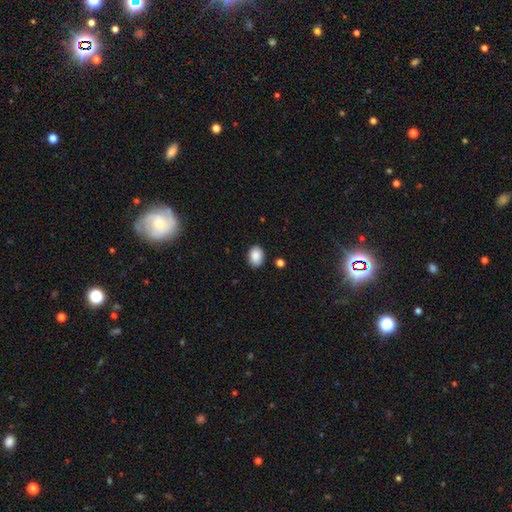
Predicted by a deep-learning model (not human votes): A smooth galaxy with no disk features (88%) that is in between round and cigar-shaped (71%).

Vote fractions:
- Smooth or featured? smooth: 88% / star or artifact: 8% / featured or disk: 4%
- How rounded? in between: 71% / round: 28% / cigar-shaped: 1%
- Merging? none: 87% / minor disturbance: 9% / major disturbance: 2% / merger: 2%